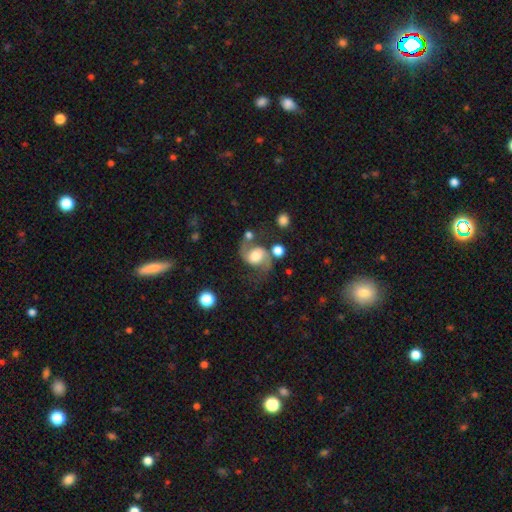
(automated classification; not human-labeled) Q: Smooth or featured?
A: featured or disk (81%); runner-up: smooth (12%)
Q: Edge-on disk?
A: no (98%); runner-up: yes (2%)
Q: Bar?
A: no (50%); runner-up: weak (37%)
Q: Spiral arms?
A: yes (95%); runner-up: no (5%)
Q: Spiral winding?
A: loose (48%); runner-up: medium (44%)
Q: Spiral arm count?
A: 2 (93%); runner-up: 1 (2%)
Q: Bulge size?
A: moderate (50%); runner-up: large (28%)
Q: Merging?
A: none (63%); runner-up: minor disturbance (16%)